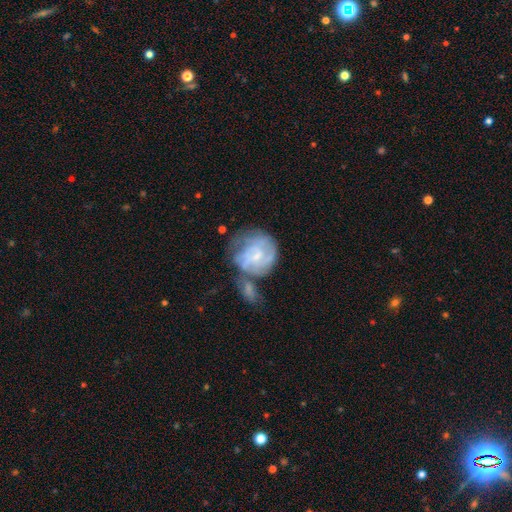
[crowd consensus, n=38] Q: Smooth or featured?
A: featured or disk (55%); runner-up: smooth (37%)
Q: Edge-on disk?
A: no (95%); runner-up: yes (5%)
Q: Bar?
A: no (65%); runner-up: weak (30%)
Q: Spiral arms?
A: yes (55%); runner-up: no (45%)
Q: Spiral winding?
A: tight (45%); tied with: medium (45%)
Q: Spiral arm count?
A: can't tell (82%); runner-up: 2 (9%)
Q: Bulge size?
A: small (60%); runner-up: none (25%)
Q: Merging?
A: merger (34%); runner-up: minor disturbance (23%)